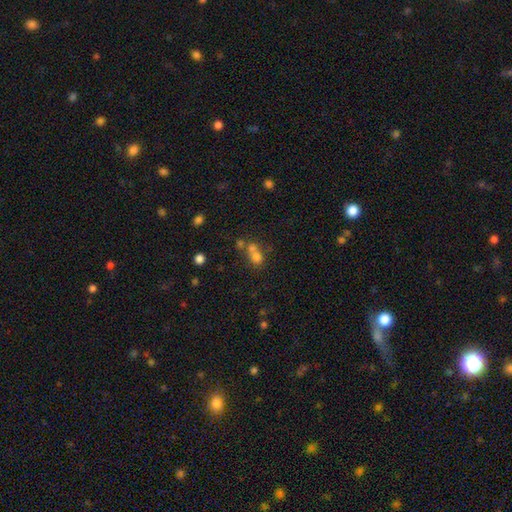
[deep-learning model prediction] smooth 61%, star or artifact 22%, featured or disk 17%. Down the decision tree: how rounded — round (71%); merging — merger (53%).